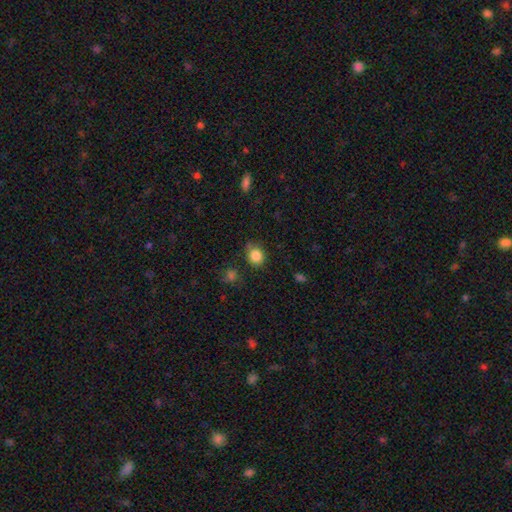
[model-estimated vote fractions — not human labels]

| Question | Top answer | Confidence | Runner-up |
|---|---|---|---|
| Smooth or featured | smooth | 85% | star or artifact (10%) |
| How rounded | round | 68% | in between (31%) |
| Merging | none | 71% | minor disturbance (22%) |